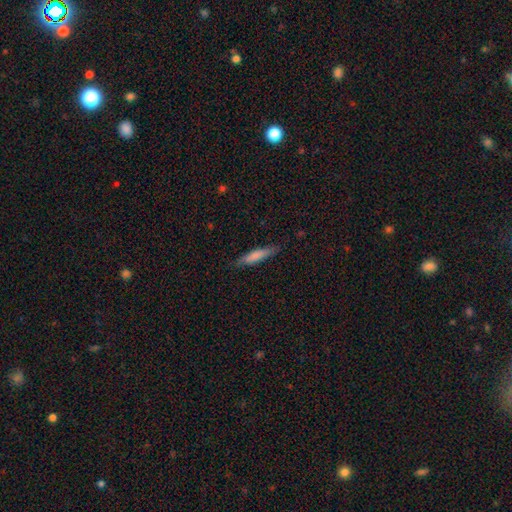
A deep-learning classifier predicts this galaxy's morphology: Smooth or featured?
  - smooth: 76% *
  - featured or disk: 18%
  - star or artifact: 6%
How rounded?
  - cigar-shaped: 84% *
  - in between: 14%
  - round: 1%
Merging?
  - none: 82% *
  - minor disturbance: 14%
  - major disturbance: 2%
  - merger: 1%